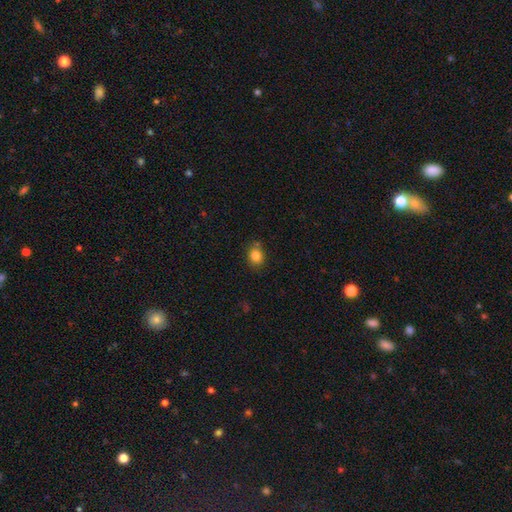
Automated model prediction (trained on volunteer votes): Smooth or featured: smooth — 84% (star or artifact — 10%)
How rounded: round — 52% (in between — 47%)
Merging: none — 74% (minor disturbance — 17%)